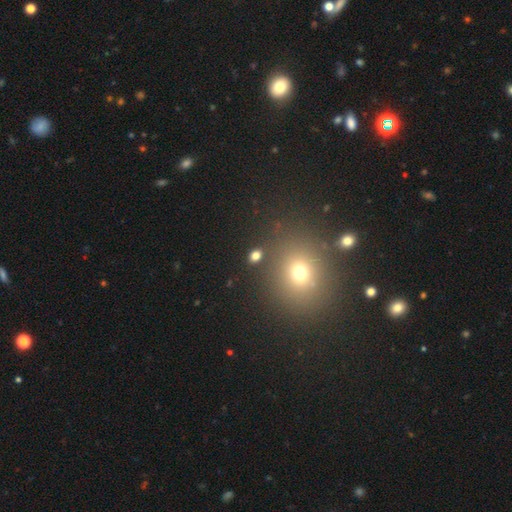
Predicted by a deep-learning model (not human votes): This appears to be a smooth galaxy with no disk features (75%) that is in between round and cigar-shaped (53%). Merging: none (83%).